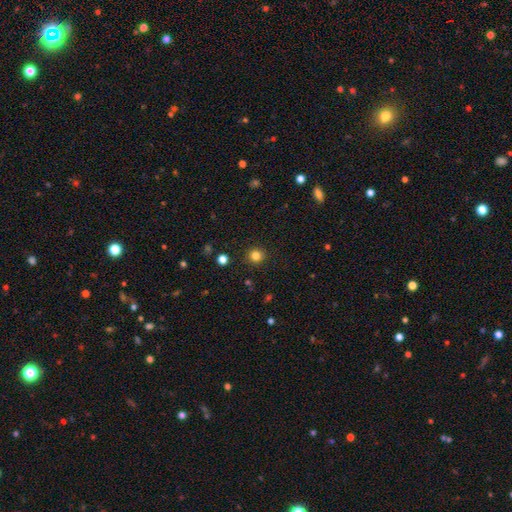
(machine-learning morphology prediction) smooth-or-featured: smooth: 82% | star or artifact: 14% | featured or disk: 5%
  how-rounded: round: 94% | in between: 5% | cigar-shaped: 1%
  merging: none: 91% | minor disturbance: 6% | major disturbance: 2% | merger: 1%